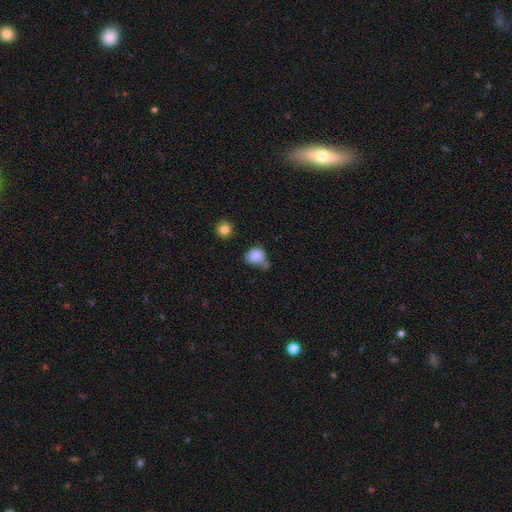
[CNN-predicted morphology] Overall: smooth (82%). How rounded: round (57%; in between 41%). Merging: none (38%; minor disturbance 35%).